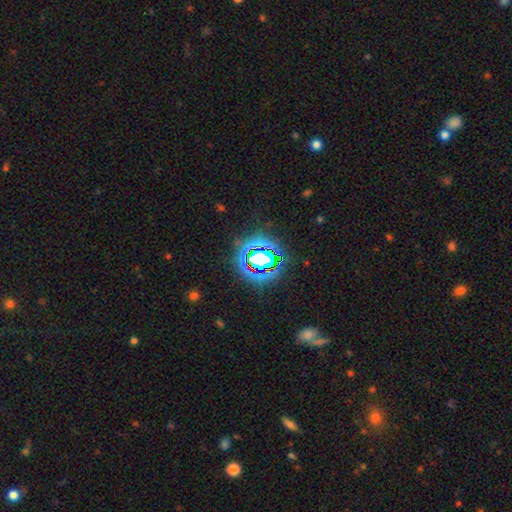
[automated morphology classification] This is likely a star or artifact rather than a galaxy (78%).